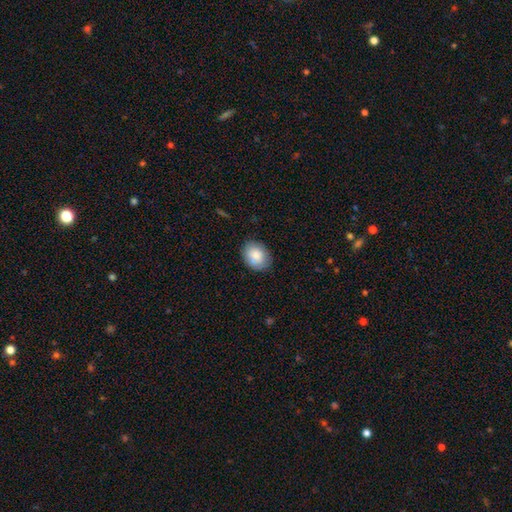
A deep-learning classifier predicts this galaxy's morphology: A smooth galaxy with no disk features (85%) that is in between round and cigar-shaped (60%).

Vote fractions:
- Smooth or featured? smooth: 85% / featured or disk: 9% / star or artifact: 7%
- How rounded? in between: 60% / round: 39% / cigar-shaped: 1%
- Merging? none: 82% / minor disturbance: 14% / major disturbance: 3% / merger: 1%